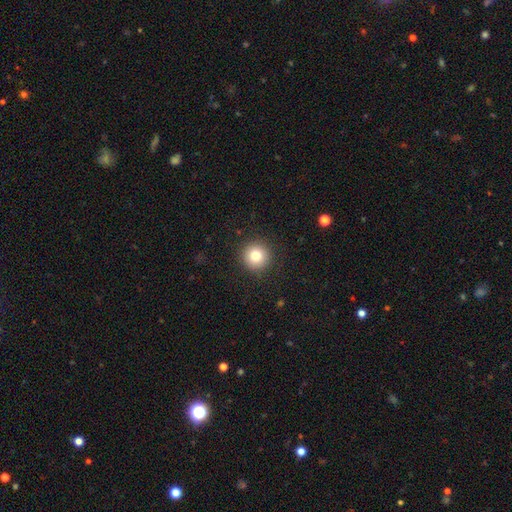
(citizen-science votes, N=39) This is likely a smooth galaxy (79%). How rounded: clearly round (97%). Merging: clearly none (97%).